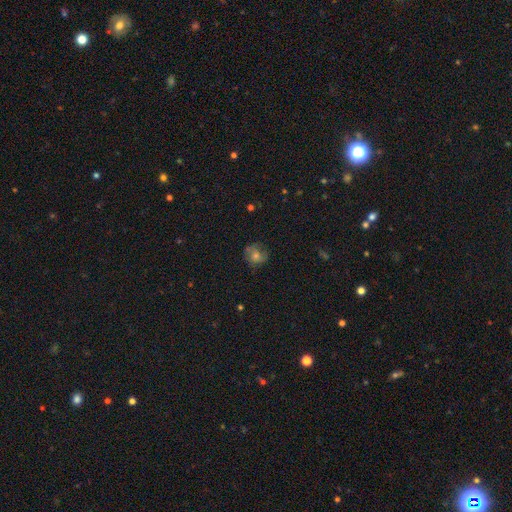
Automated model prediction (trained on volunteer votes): This appears to be a smooth galaxy with no disk features (56%) that is round (80%). Merging: none (68%).